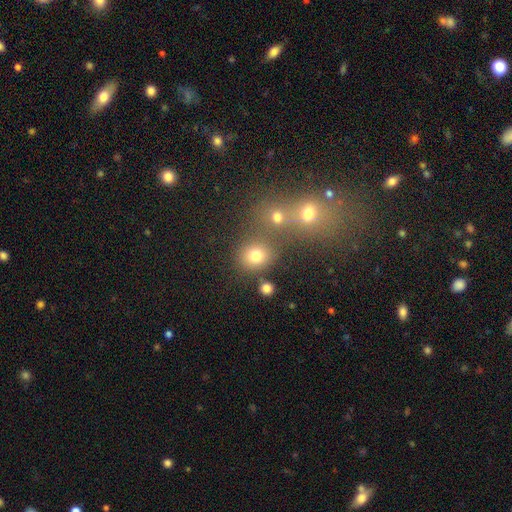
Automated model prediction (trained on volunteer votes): Smooth or featured: smooth — 76% (star or artifact — 17%)
How rounded: round — 75% (in between — 23%)
Merging: none — 68% (merger — 18%)